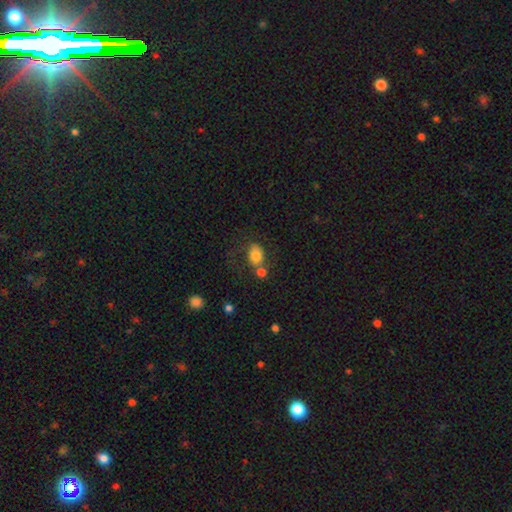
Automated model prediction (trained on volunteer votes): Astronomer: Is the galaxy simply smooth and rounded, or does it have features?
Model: smooth — 77%.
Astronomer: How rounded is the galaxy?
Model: in between — 64%.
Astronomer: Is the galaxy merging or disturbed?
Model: none — 50%.